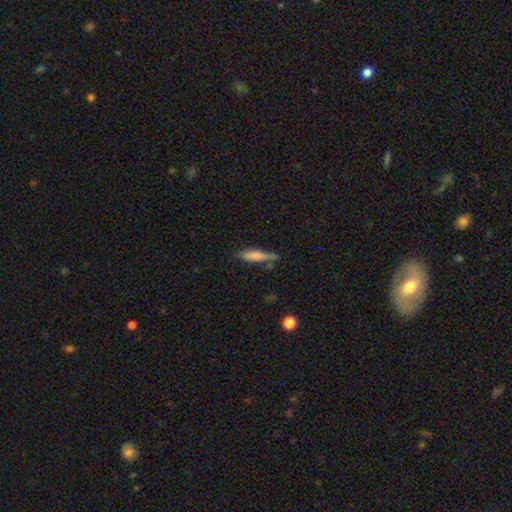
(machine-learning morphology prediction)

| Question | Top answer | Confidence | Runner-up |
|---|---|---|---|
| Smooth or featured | smooth | 71% | featured or disk (22%) |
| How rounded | cigar-shaped | 79% | in between (19%) |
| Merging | none | 66% | minor disturbance (22%) |